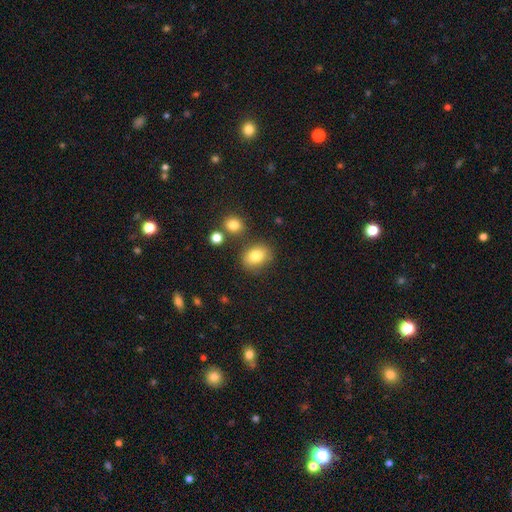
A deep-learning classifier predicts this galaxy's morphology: type=smooth (80%); roundness=in between (57%); merging=none (76%).